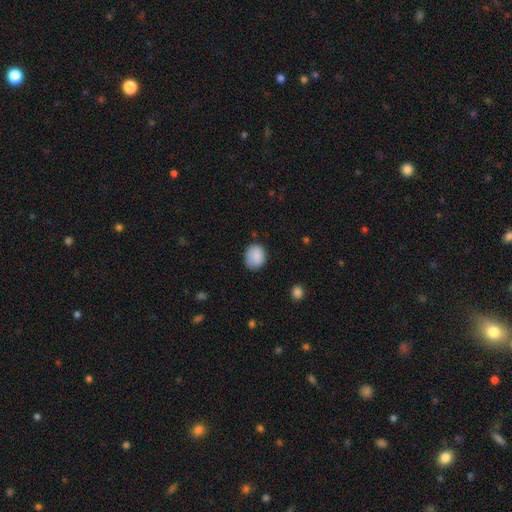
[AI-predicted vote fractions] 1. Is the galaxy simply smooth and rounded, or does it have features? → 88% smooth, 8% star or artifact, 5% featured or disk.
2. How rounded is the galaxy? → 54% round, 45% in between, 1% cigar-shaped.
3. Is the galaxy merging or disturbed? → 76% none, 18% minor disturbance, 4% major disturbance, 1% merger.